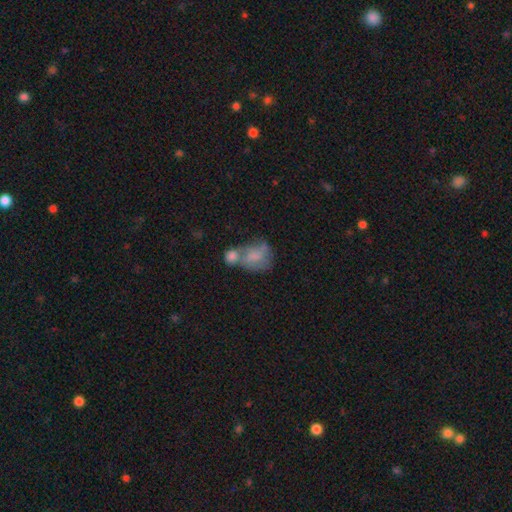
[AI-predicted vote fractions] smooth 61%, featured or disk 30%, star or artifact 9%. Down the decision tree: how rounded — in between (57%); merging — merger (59%).